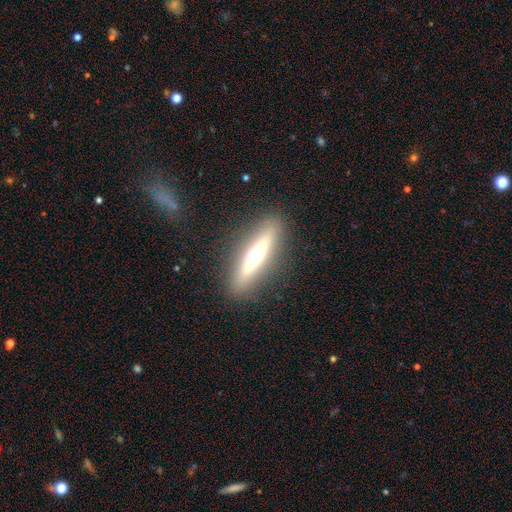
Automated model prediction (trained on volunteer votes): Smooth or featured: featured or disk — 60% (smooth — 33%)
Edge-on disk: yes — 89% (no — 11%)
Edge-on bulge: rounded — 91% (none — 5%)
Merging: none — 88% (minor disturbance — 7%)